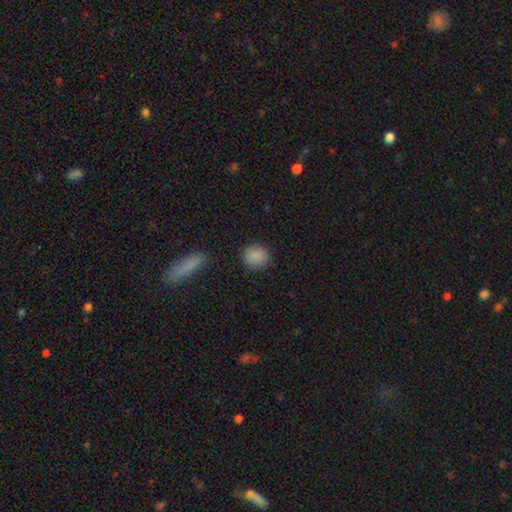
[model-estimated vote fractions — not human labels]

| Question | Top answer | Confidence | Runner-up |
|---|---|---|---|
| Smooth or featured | smooth | 87% | star or artifact (9%) |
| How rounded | round | 84% | in between (15%) |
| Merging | none | 87% | minor disturbance (9%) |